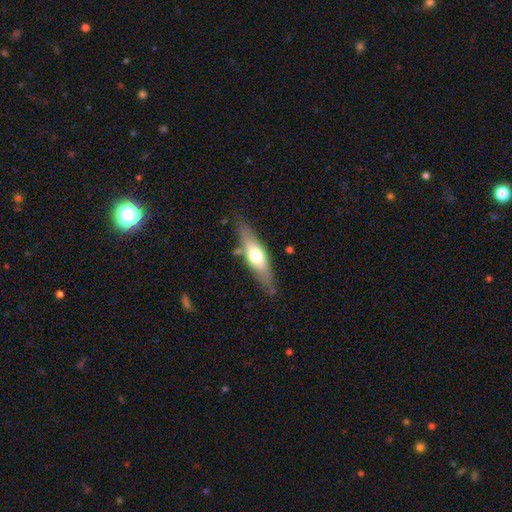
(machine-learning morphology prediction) Smooth or featured: smooth — 48% (featured or disk — 46%)
Merging: none — 76% (minor disturbance — 16%)